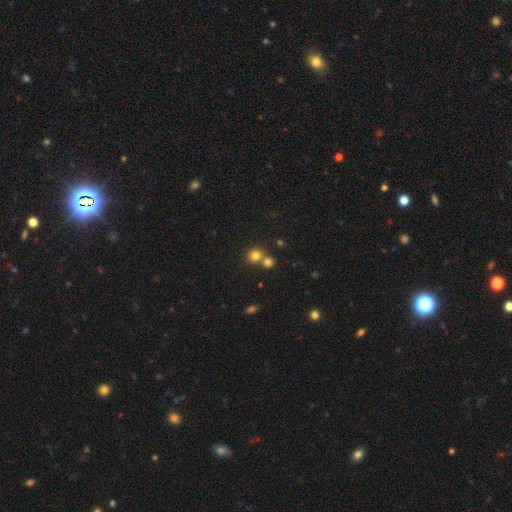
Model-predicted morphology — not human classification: smooth 78%, star or artifact 14%, featured or disk 8%. Down the decision tree: how rounded — round (79%); merging — none (55%).